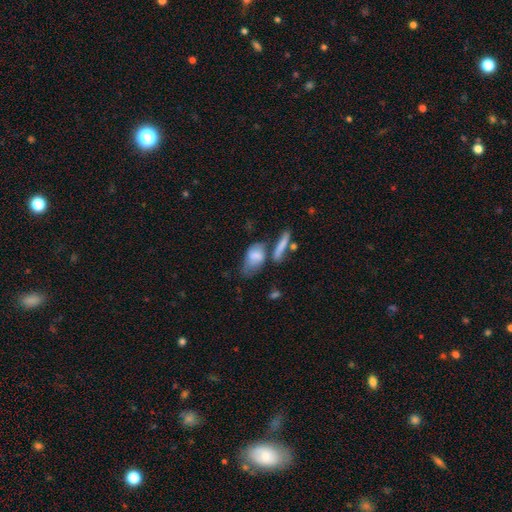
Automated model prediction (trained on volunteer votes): Morphology: type=smooth (68%); roundness=in between (82%); merging=none (33%).